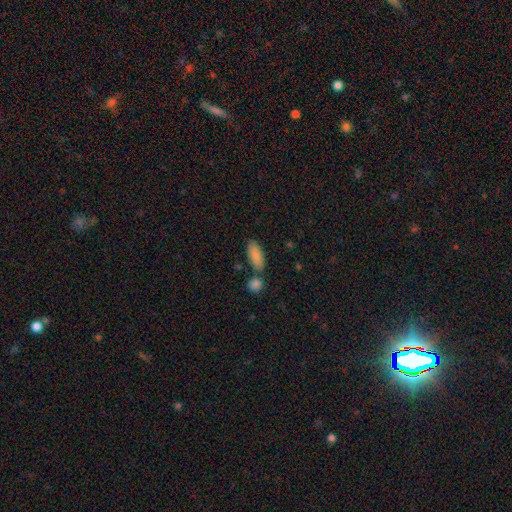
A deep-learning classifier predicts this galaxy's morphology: smooth 87%, featured or disk 7%, star or artifact 6%. Down the decision tree: how rounded — in between (83%); merging — none (71%).